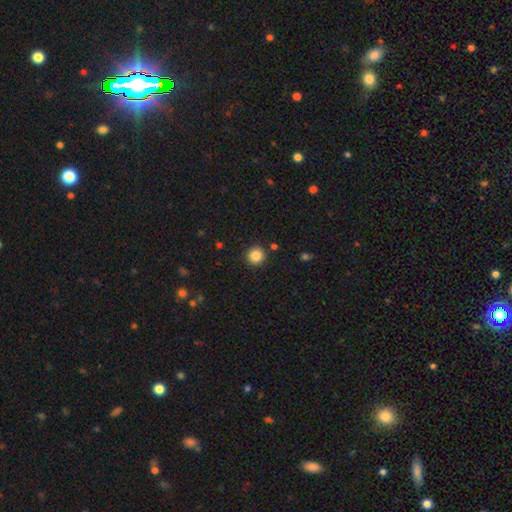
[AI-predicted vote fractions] smooth 85%, star or artifact 11%, featured or disk 4%. Down the decision tree: how rounded — round (95%); merging — none (91%).